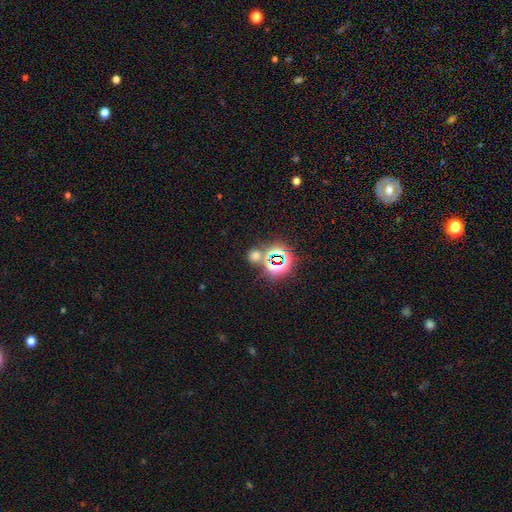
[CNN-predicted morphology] Smooth or featured? star or artifact (47%)